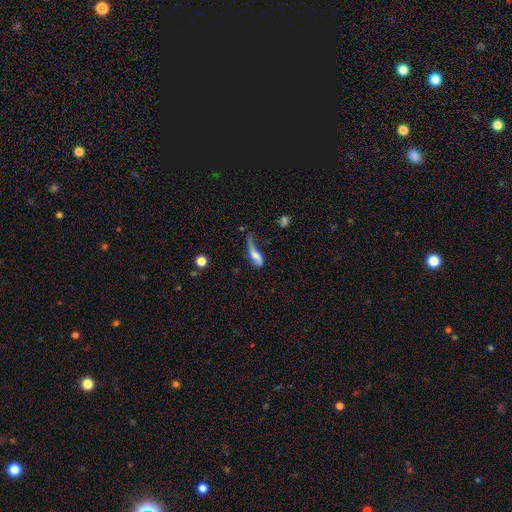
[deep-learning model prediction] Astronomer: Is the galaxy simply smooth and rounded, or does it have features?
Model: smooth — 51% (runner-up: featured or disk, 40%).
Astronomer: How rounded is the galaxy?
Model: in between — 51% (runner-up: cigar-shaped, 45%).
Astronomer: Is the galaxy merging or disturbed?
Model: major disturbance — 38% (runner-up: minor disturbance, 29%).